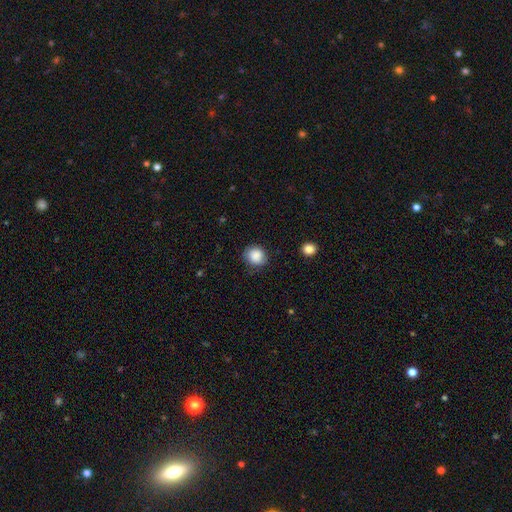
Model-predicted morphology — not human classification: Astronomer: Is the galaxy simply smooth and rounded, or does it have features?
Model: smooth — 86%.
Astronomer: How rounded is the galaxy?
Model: round — 81%.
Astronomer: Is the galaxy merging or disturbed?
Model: none — 78%.